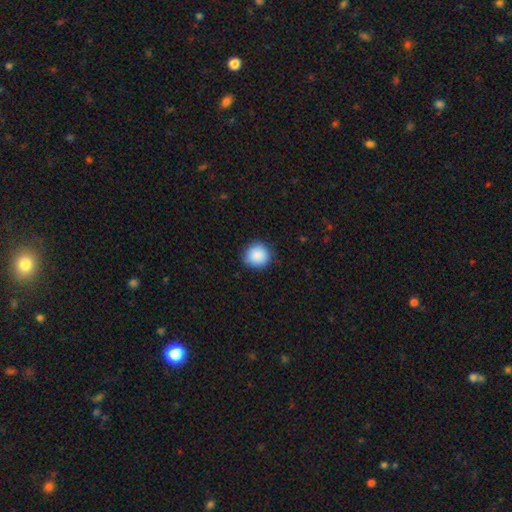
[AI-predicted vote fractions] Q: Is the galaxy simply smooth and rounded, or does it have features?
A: smooth — 89%.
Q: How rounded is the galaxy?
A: round — 92%.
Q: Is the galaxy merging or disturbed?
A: none — 86%.